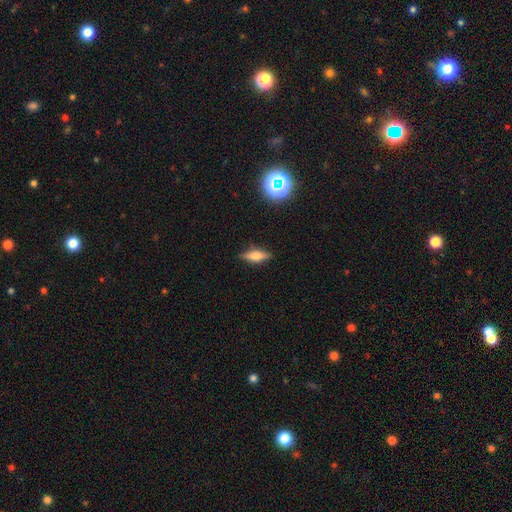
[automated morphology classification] Overall: featured or disk (47%; smooth 43%). Merging: none (85%).